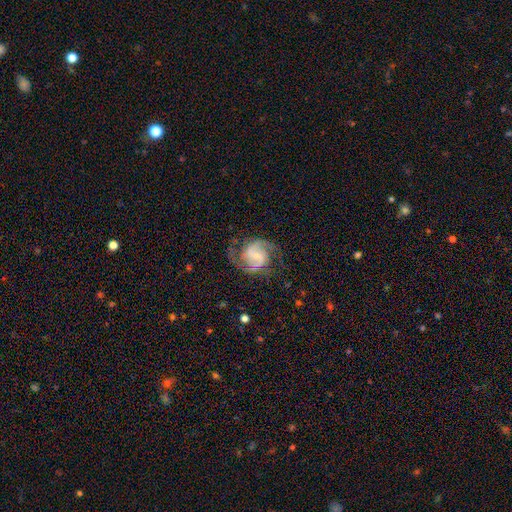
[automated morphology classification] Overall: featured or disk (89%). Edge-on disk: no (98%). Bar: weak (51%; no 32%). Spiral arms: yes (98%). Spiral arm count: 2 (91%). Spiral winding: medium (60%; tight 23%). Bulge size: small (59%; moderate 30%). Merging: none (75%).